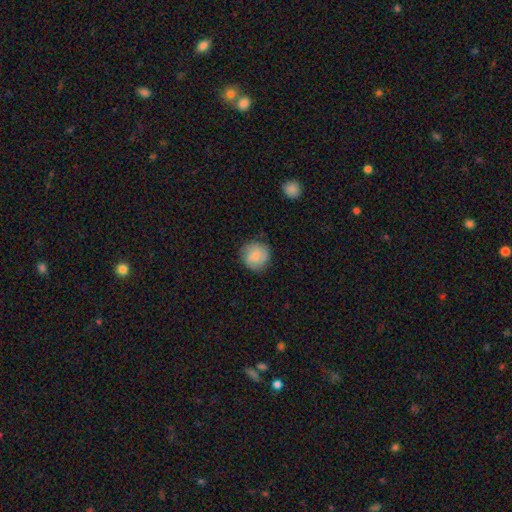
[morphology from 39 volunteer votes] This appears to be a smooth galaxy with no disk features (72%) that is round (96%). Merging: none (81%).